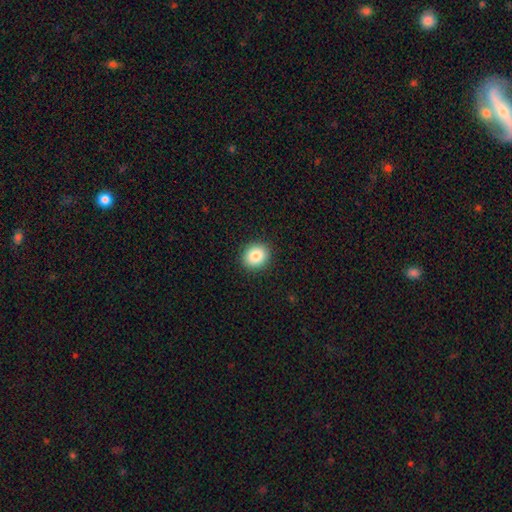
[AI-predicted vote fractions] A smooth galaxy with no disk features (85%) that is round (75%). Merging: none (91%).